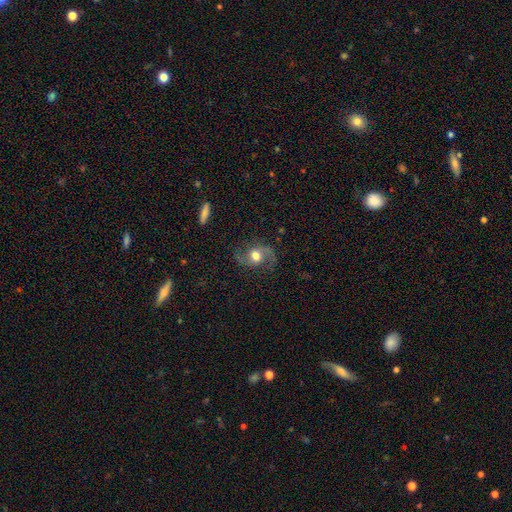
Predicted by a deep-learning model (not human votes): This appears to be a featured or disk galaxy (73%) with no bar (58%), 2 (93%) loose (57%) spiral arms (93%) and a moderate central bulge (63%). Merging: none (76%).